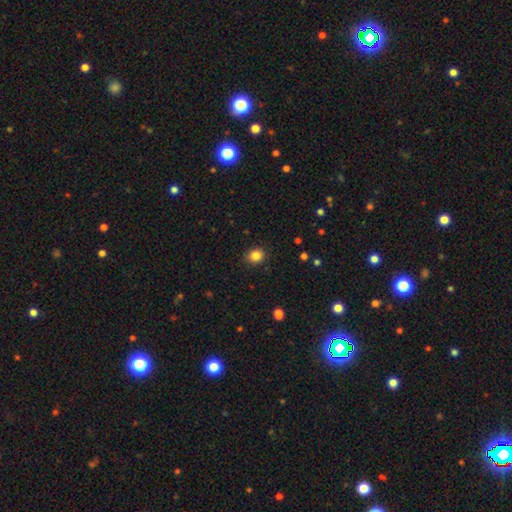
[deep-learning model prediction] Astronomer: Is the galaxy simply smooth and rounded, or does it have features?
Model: smooth — 85%.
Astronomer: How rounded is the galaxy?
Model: round — 73%.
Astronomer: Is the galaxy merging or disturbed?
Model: none — 88%.